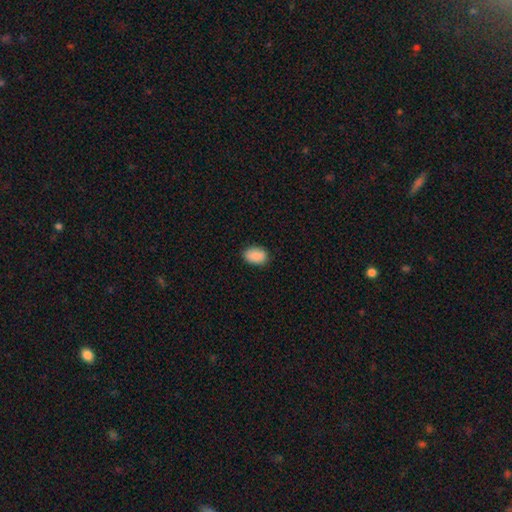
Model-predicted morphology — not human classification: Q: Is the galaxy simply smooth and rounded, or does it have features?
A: smooth — 90%.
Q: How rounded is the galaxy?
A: in between — 83%.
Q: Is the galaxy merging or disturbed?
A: none — 86%.